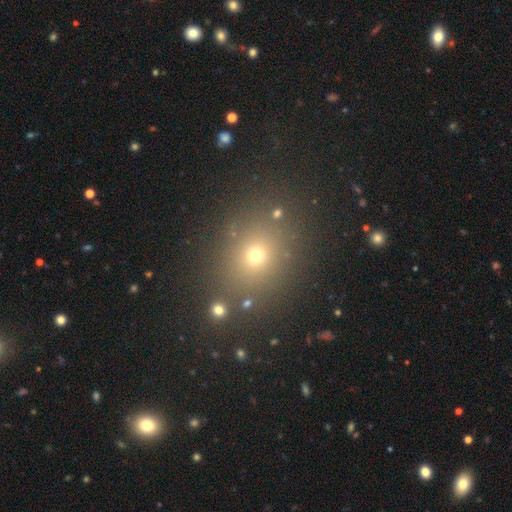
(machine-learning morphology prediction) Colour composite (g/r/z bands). It shows a smooth galaxy with no disk features (62%) that is round (60%). Merging: none (84%).